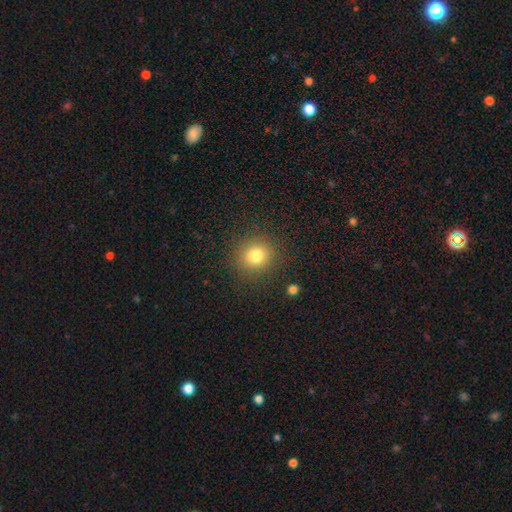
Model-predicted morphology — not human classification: Smooth or featured: smooth — 80% (star or artifact — 13%)
How rounded: round — 86% (in between — 13%)
Merging: none — 87% (minor disturbance — 8%)